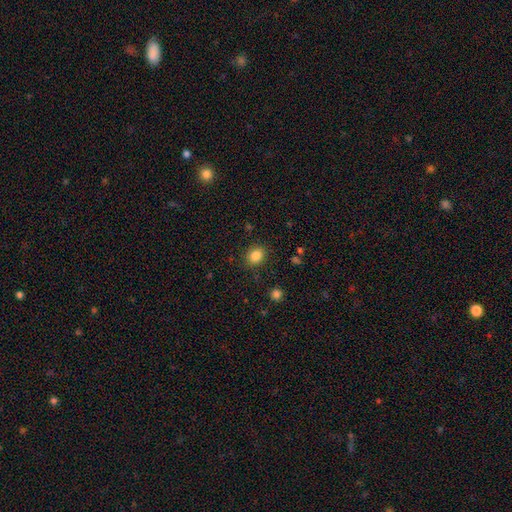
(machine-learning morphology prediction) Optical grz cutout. It shows a smooth galaxy with no disk features (85%) that is round (60%). Merging: none (87%).